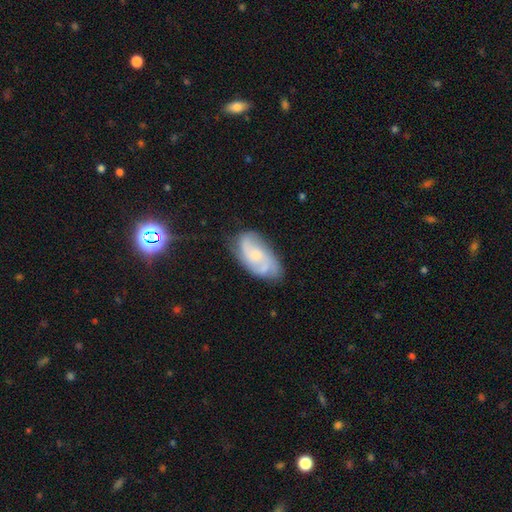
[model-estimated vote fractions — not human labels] smooth-or-featured: featured or disk: 65% | smooth: 27% | star or artifact: 8%
  disk-edge-on: no: 96% | yes: 4%
    bar: no: 64% | weak: 31% | strong: 5%
    has-spiral-arms: yes: 89% | no: 11%
      spiral-winding: medium: 45% | tight: 31% | loose: 24%
      spiral-arm-count: 2: 41% | can't tell: 24% | 3: 23% | 4: 5% | 1: 4% | more than 4: 3%
    bulge-size: small: 40% | moderate: 29% | none: 23% | large: 5% | dominant: 2%
  merging: none: 64% | minor disturbance: 24% | major disturbance: 9% | merger: 3%